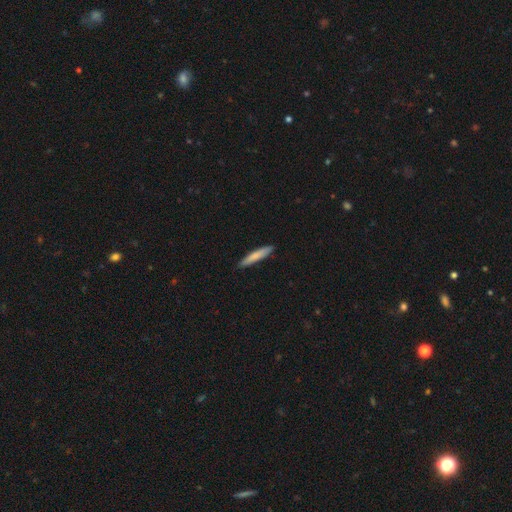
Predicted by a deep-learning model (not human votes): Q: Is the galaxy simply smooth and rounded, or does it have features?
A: smooth — 78%.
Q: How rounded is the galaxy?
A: cigar-shaped — 92%.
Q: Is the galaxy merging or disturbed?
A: none — 89%.